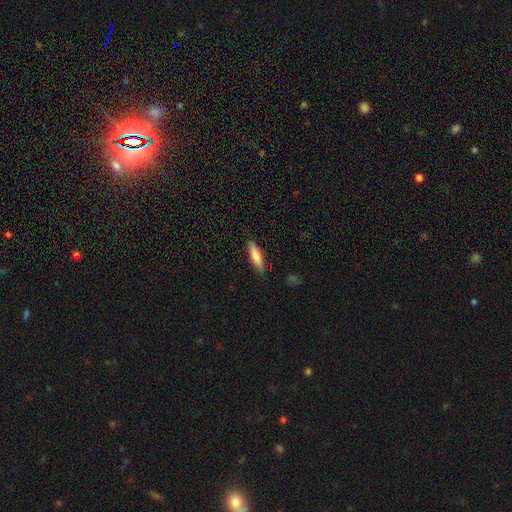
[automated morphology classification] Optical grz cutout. It shows a smooth galaxy with no disk features (72%) that is cigar-shaped (70%). Merging: none (86%).